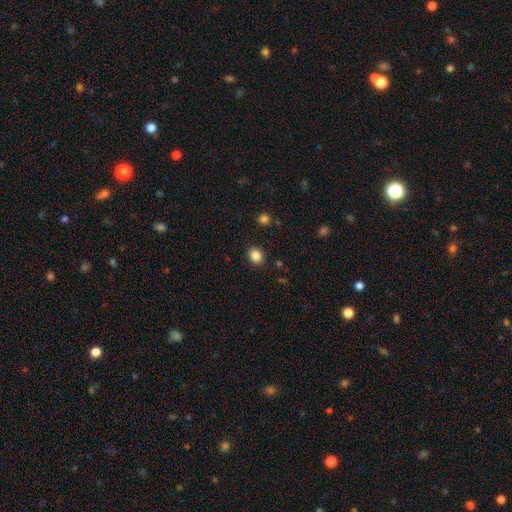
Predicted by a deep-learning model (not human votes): smooth-or-featured: smooth: 85% | star or artifact: 10% | featured or disk: 4%
  how-rounded: round: 57% | in between: 42% | cigar-shaped: 1%
  merging: none: 89% | minor disturbance: 7% | major disturbance: 2% | merger: 1%